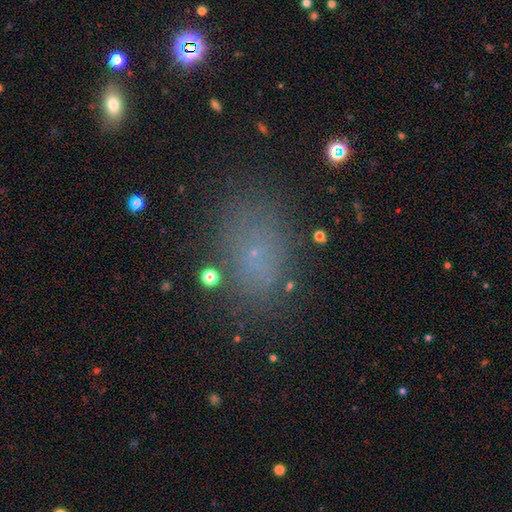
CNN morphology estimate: Smooth or featured? Predicted: smooth (p=0.65). How rounded? Predicted: in between (p=0.80). Merging? Predicted: none (p=0.80).